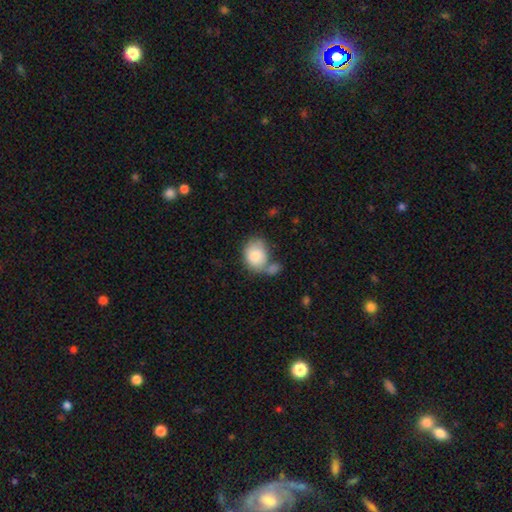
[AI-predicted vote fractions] Overall: smooth (82%). How rounded: in between (58%; round 41%). Merging: none (38%; merger 33%).